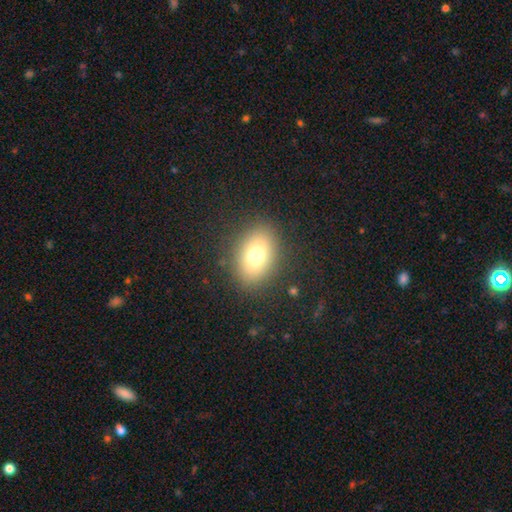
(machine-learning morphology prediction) This is likely a smooth galaxy (72%). How rounded: likely in between (75%). Merging: clearly none (84%).